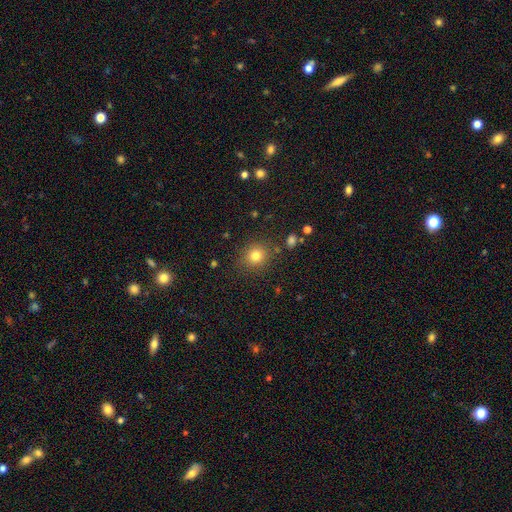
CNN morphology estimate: Smooth or featured? Predicted: smooth (p=0.79). How rounded? Predicted: round (p=0.87). Merging? Predicted: none (p=0.86).